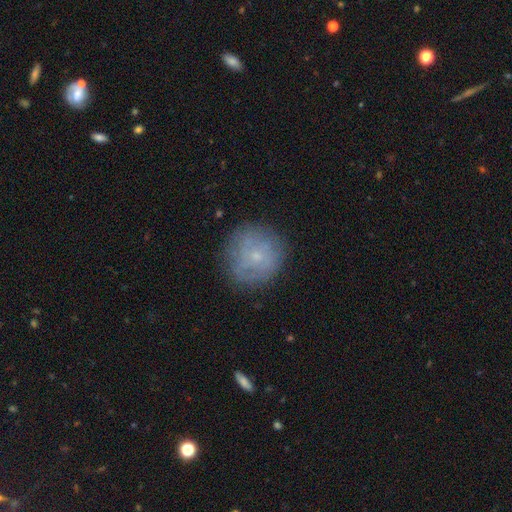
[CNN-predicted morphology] Smooth or featured? smooth (49%)
Merging? none (78%)